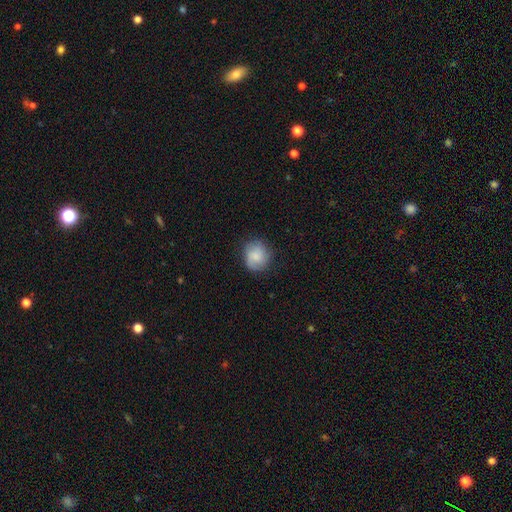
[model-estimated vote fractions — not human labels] Smooth or featured?
  - smooth: 67% *
  - featured or disk: 26%
  - star or artifact: 8%
How rounded?
  - round: 80% *
  - in between: 19%
  - cigar-shaped: 1%
Merging?
  - none: 76% *
  - minor disturbance: 17%
  - major disturbance: 5%
  - merger: 1%